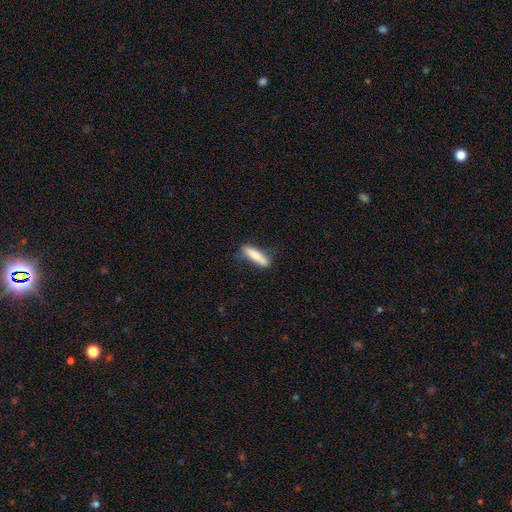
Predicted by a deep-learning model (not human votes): Smooth or featured? smooth (78%)
How rounded? cigar-shaped (76%)
Merging? none (73%)